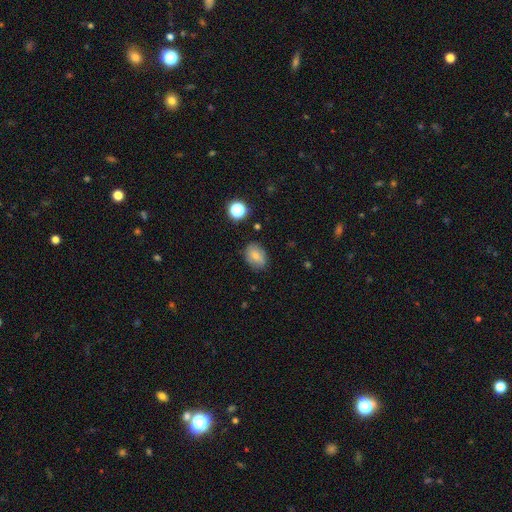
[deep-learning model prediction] Q: Smooth or featured?
A: smooth (77%); runner-up: featured or disk (12%)
Q: How rounded?
A: in between (74%); runner-up: round (25%)
Q: Merging?
A: none (78%); runner-up: minor disturbance (16%)